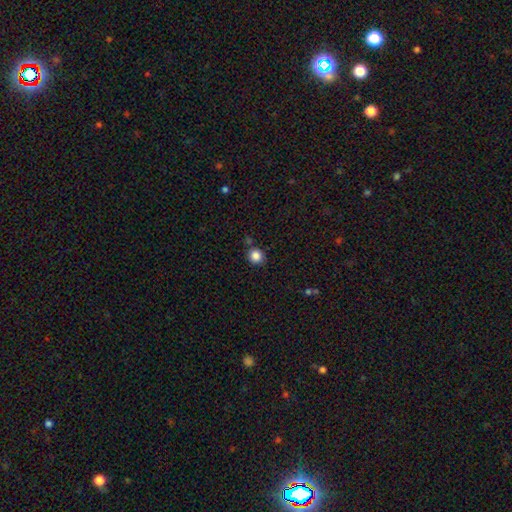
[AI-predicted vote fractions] smooth 86%, star or artifact 11%, featured or disk 4%. Down the decision tree: how rounded — round (89%); merging — none (81%).